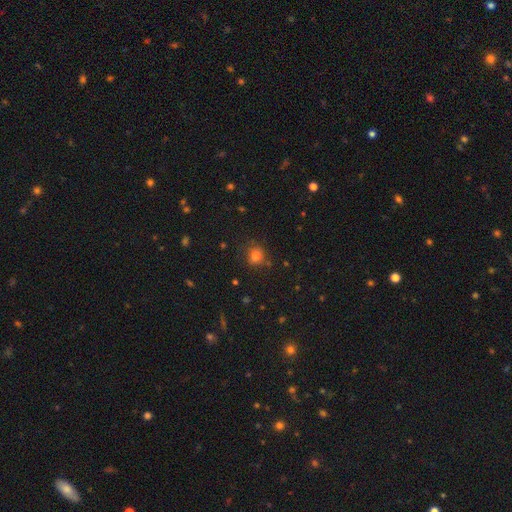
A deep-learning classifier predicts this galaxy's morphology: Smooth or featured?
  - smooth: 78% *
  - star or artifact: 15%
  - featured or disk: 7%
How rounded?
  - round: 63% *
  - in between: 36%
  - cigar-shaped: 1%
Merging?
  - none: 69% *
  - minor disturbance: 20%
  - major disturbance: 8%
  - merger: 4%